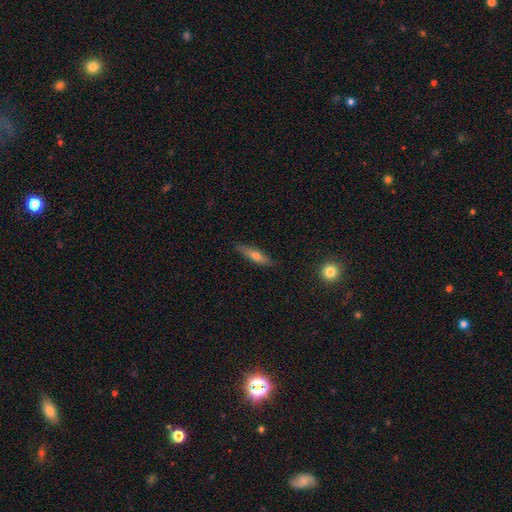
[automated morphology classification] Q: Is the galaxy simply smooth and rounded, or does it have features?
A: smooth — 47%.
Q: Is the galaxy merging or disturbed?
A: none — 87%.